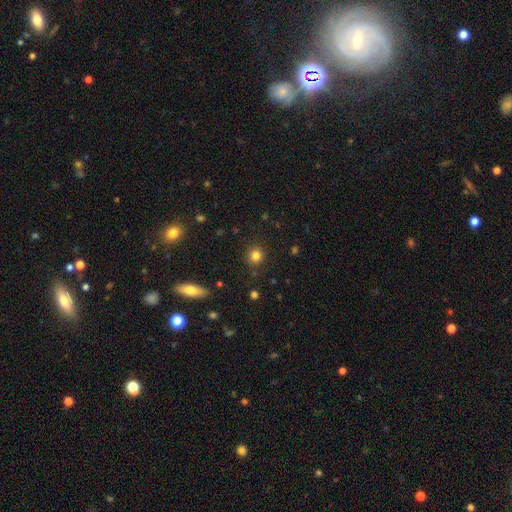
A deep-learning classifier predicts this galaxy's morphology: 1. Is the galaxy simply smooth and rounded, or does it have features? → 82% smooth, 13% star or artifact, 5% featured or disk.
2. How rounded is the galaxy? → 91% round, 8% in between, 1% cigar-shaped.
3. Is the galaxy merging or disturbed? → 89% none, 7% minor disturbance, 3% major disturbance, 2% merger.